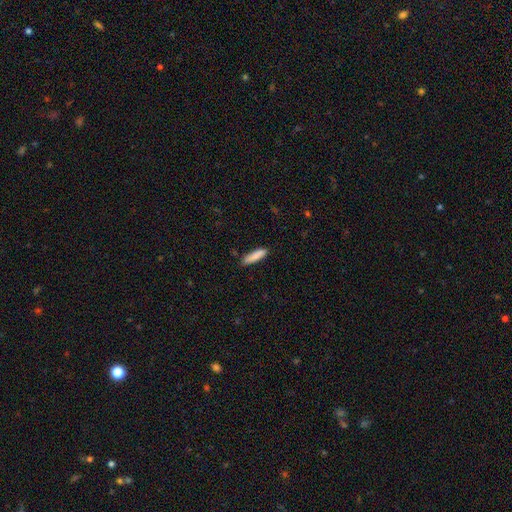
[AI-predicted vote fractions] smooth 86%, featured or disk 8%, star or artifact 6%. Down the decision tree: how rounded — cigar-shaped (72%); merging — none (84%).